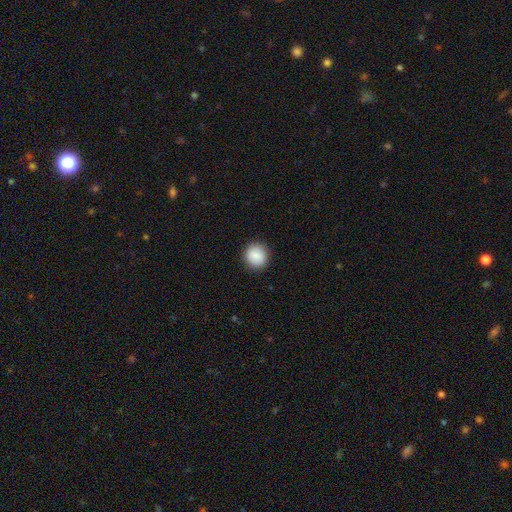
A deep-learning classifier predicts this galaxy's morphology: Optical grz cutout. It shows a smooth galaxy with no disk features (87%) that is round (91%). Merging: none (91%).